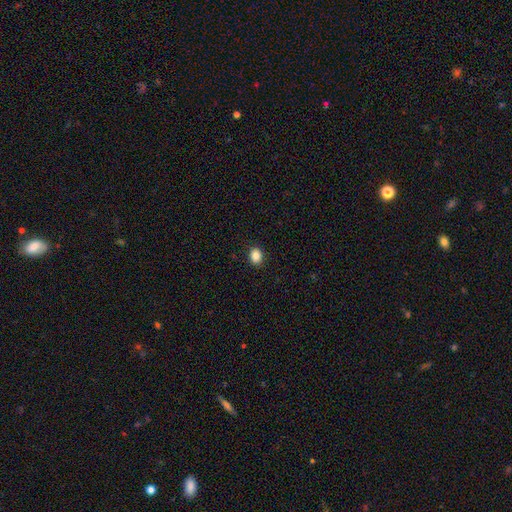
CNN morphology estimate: Smooth or featured? Predicted: smooth (p=0.85). How rounded? Predicted: in between (p=0.51). Merging? Predicted: none (p=0.90).